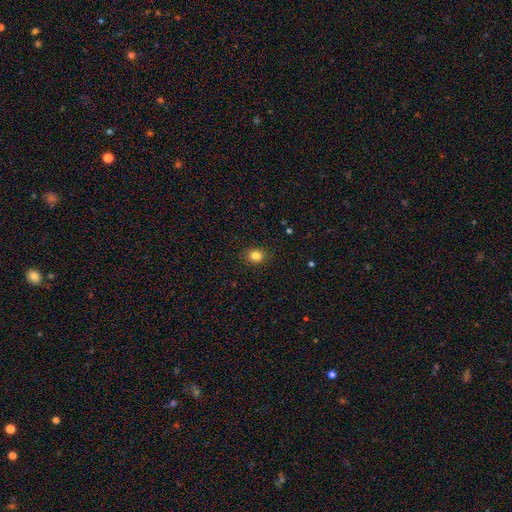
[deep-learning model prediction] smooth 83%, star or artifact 11%, featured or disk 5%. Down the decision tree: how rounded — round (58%); merging — none (86%).